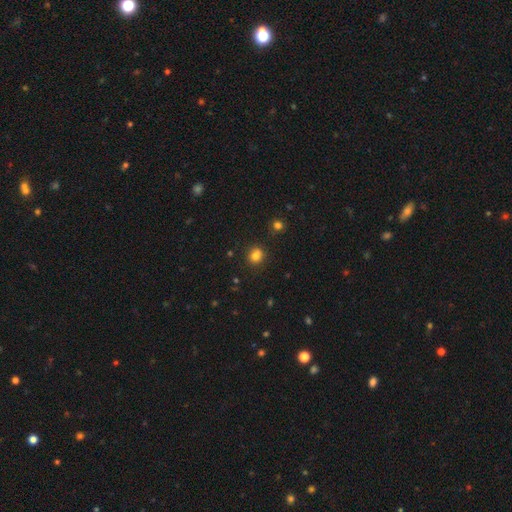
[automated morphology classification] A smooth galaxy with no disk features (80%) that is round (80%). Merging: none (81%).